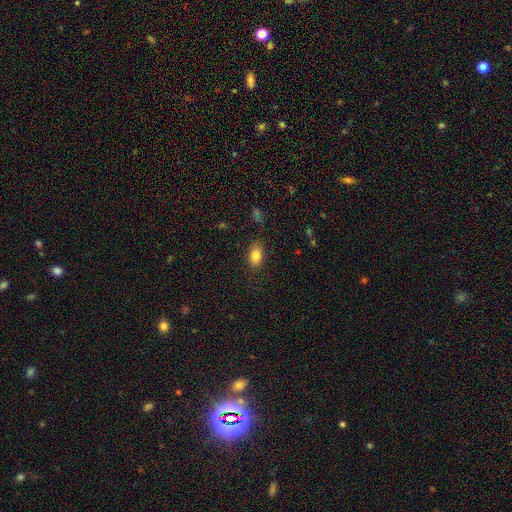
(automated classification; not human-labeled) smooth 83%, star or artifact 9%, featured or disk 8%. Down the decision tree: how rounded — in between (80%); merging — none (80%).